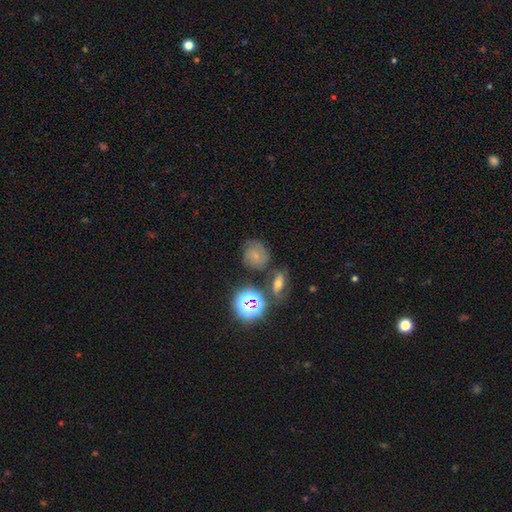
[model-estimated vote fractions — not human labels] Morphology: type=smooth (44%); merging=none (65%).